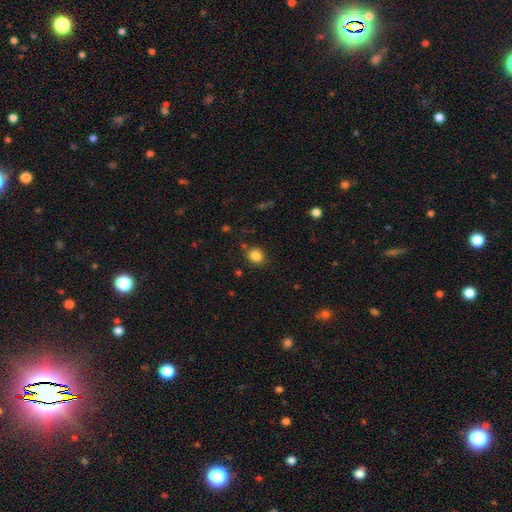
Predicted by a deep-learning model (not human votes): Smooth or featured? smooth (84%)
How rounded? round (77%)
Merging? none (82%)